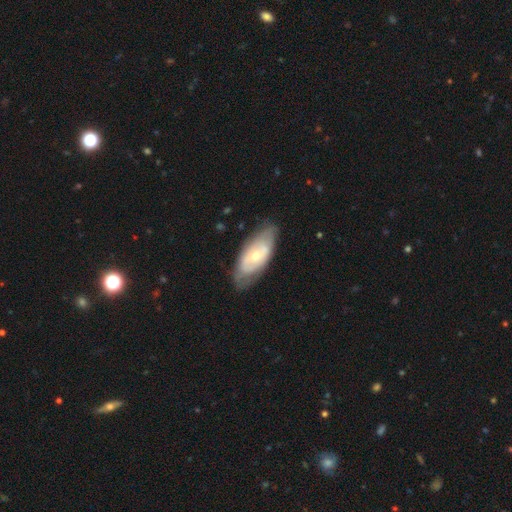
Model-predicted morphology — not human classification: Smooth or featured: featured or disk — 58% (smooth — 36%)
Edge-on disk: no — 88% (yes — 12%)
Bar: no — 70% (weak — 23%)
Spiral arms: no — 51% (yes — 49%)
Bulge size: moderate — 48% (small — 47%)
Merging: none — 72% (minor disturbance — 21%)